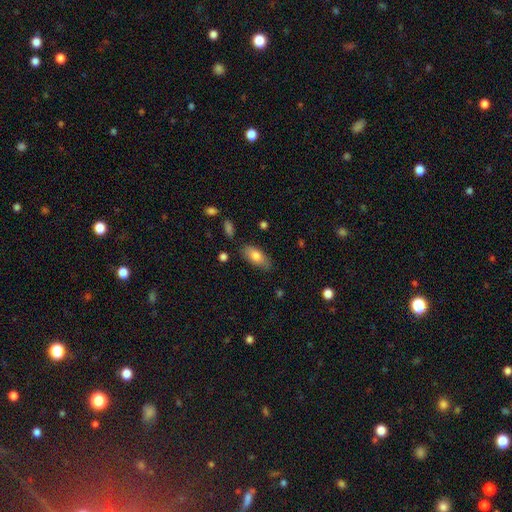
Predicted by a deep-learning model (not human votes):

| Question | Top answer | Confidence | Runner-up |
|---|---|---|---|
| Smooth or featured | smooth | 77% | featured or disk (16%) |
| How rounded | in between | 86% | cigar-shaped (11%) |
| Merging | none | 80% | minor disturbance (14%) |